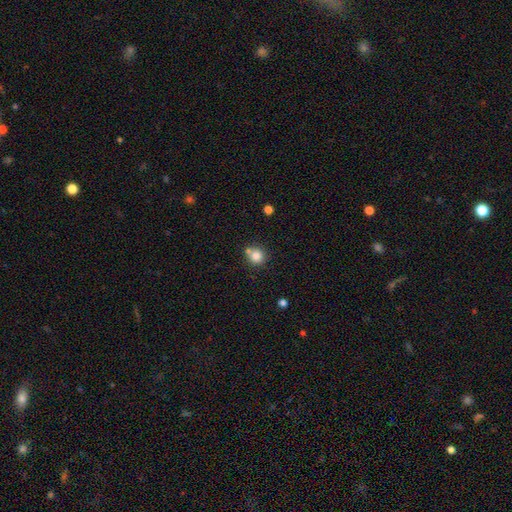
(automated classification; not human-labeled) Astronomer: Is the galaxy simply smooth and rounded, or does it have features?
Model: smooth — 83%.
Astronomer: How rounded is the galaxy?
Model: round — 90%.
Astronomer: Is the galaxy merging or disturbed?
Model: none — 64%.